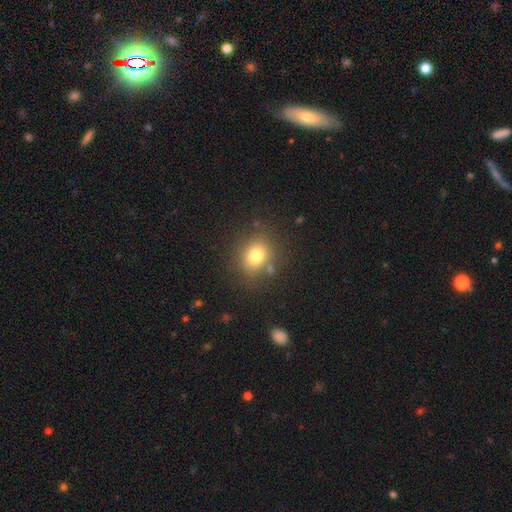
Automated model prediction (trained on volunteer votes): A smooth galaxy with no disk features (78%) that is round (61%). Merging: none (78%).